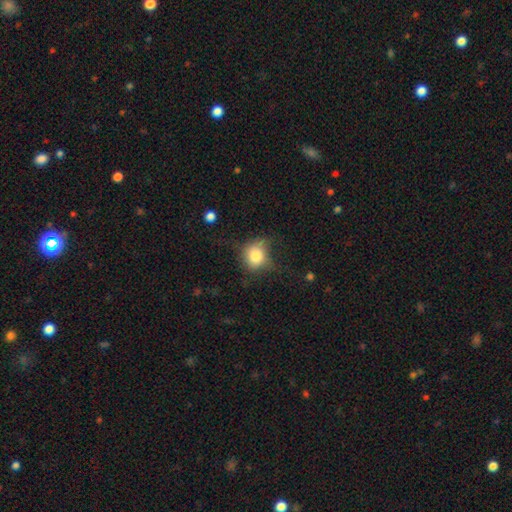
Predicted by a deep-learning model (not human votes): Smooth or featured?
  - smooth: 78% *
  - featured or disk: 11%
  - star or artifact: 11%
How rounded?
  - round: 74% *
  - in between: 25%
  - cigar-shaped: 1%
Merging?
  - none: 53% *
  - minor disturbance: 29%
  - major disturbance: 16%
  - merger: 2%